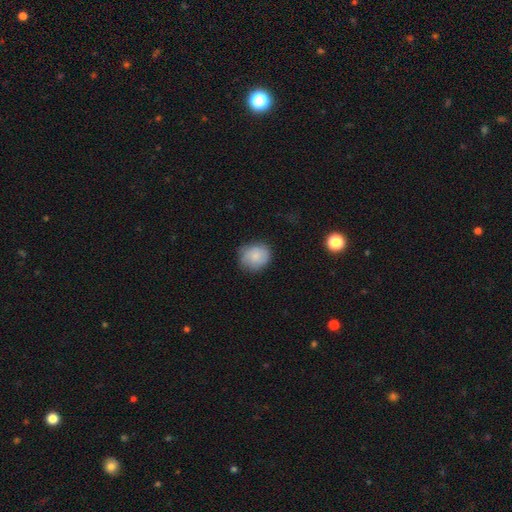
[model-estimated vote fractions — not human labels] Smooth or featured? Predicted: smooth (p=0.78). How rounded? Predicted: round (p=0.72). Merging? Predicted: none (p=0.73).